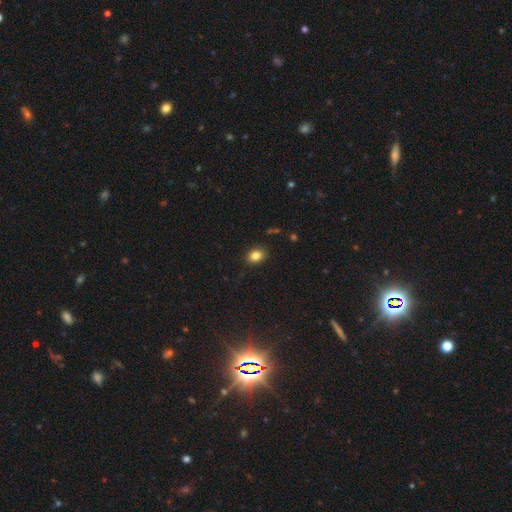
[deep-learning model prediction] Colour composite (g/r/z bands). It shows a smooth galaxy with no disk features (84%) that is in between round and cigar-shaped (59%). Merging: none (88%).